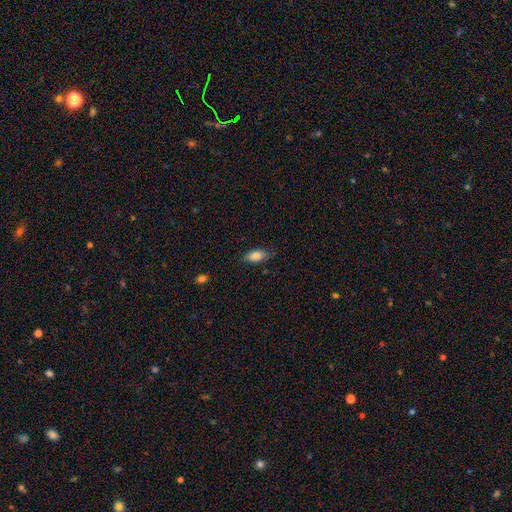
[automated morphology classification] This appears to be a smooth galaxy with no disk features (84%) that is in between round and cigar-shaped (88%). Merging: none (73%).